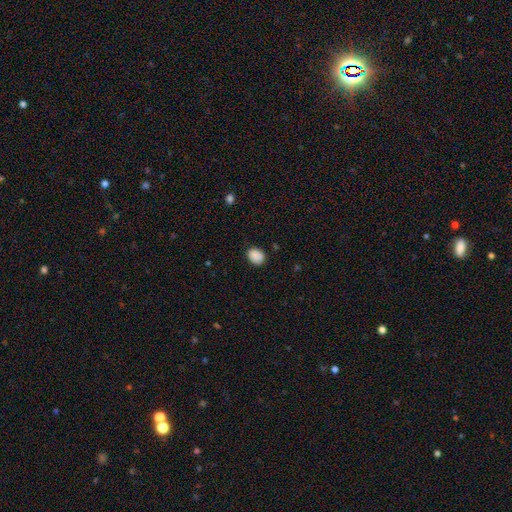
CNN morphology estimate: type=smooth (89%); roundness=in between (60%); merging=none (83%).